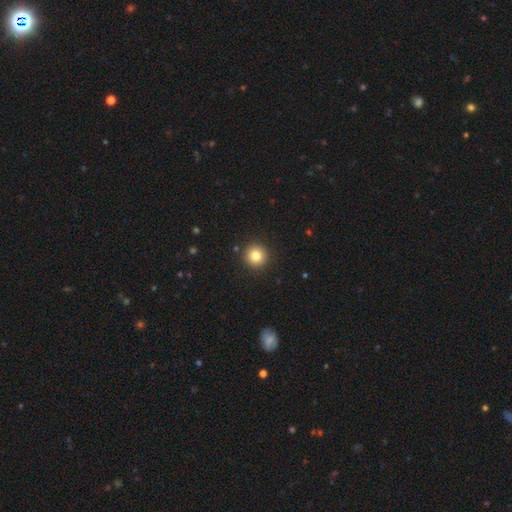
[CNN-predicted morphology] Q: Smooth or featured?
A: smooth (81%); runner-up: star or artifact (11%)
Q: How rounded?
A: round (95%); runner-up: in between (4%)
Q: Merging?
A: none (92%); runner-up: minor disturbance (5%)